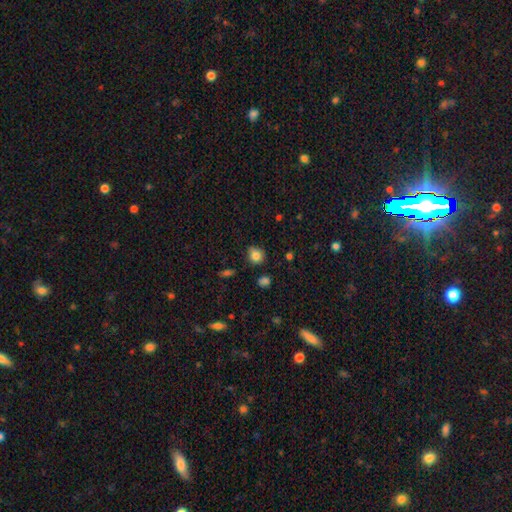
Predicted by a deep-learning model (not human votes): smooth_or_featured: smooth (p=0.82) [alt: star or artifact p=0.11]
how_rounded: round (p=0.73) [alt: in between p=0.26]
merging: none (p=0.74) [alt: minor disturbance p=0.20]